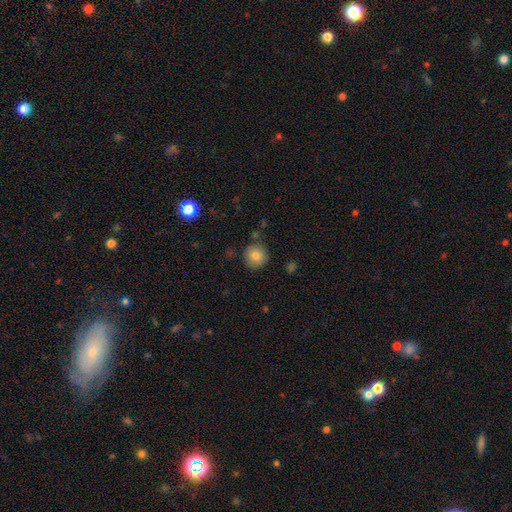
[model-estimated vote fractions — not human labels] Smooth or featured? Predicted: smooth (p=0.83). How rounded? Predicted: round (p=0.92). Merging? Predicted: none (p=0.84).